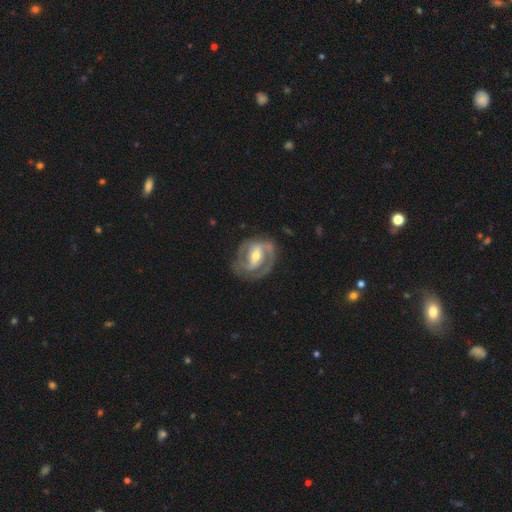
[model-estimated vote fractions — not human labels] smooth_or_featured: featured or disk (p=0.85) [alt: smooth p=0.11]
disk_edge_on: no (p=0.96) [alt: yes p=0.04]
bar: strong (p=0.53) [alt: weak p=0.33]
has_spiral_arms: yes (p=0.87) [alt: no p=0.13]
spiral_winding: tight (p=0.45) [alt: medium p=0.43]
spiral_arm_count: 2 (p=0.79) [alt: can't tell p=0.09]
bulge_size: moderate (p=0.62) [alt: small p=0.31]
merging: none (p=0.73) [alt: minor disturbance p=0.17]